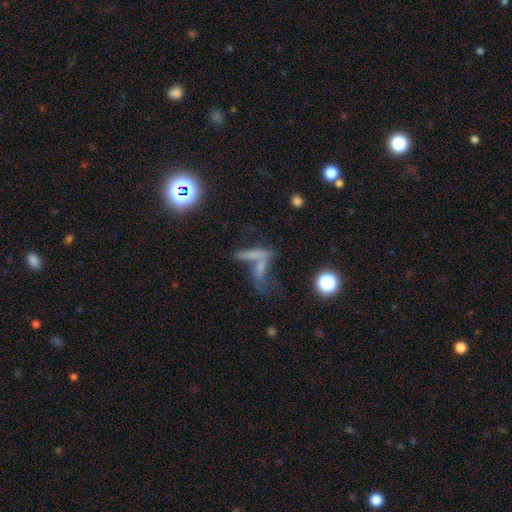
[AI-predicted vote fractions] smooth-or-featured: smooth: 52% | featured or disk: 28% | star or artifact: 20%
  how-rounded: cigar-shaped: 60% | in between: 32% | round: 8%
  merging: merger: 52% | none: 27% | major disturbance: 12% | minor disturbance: 10%